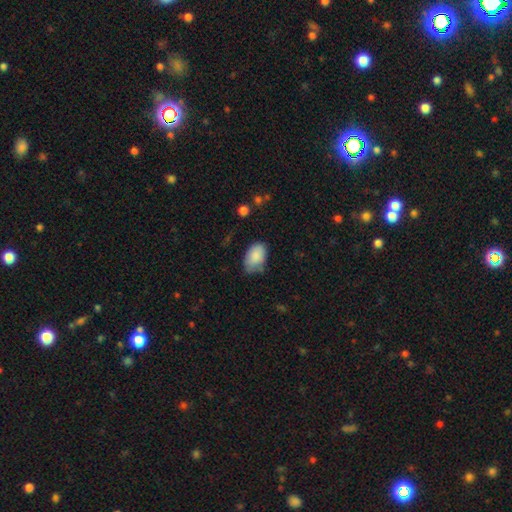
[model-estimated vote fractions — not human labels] smooth-or-featured: smooth: 86% | featured or disk: 7% | star or artifact: 7%
  how-rounded: in between: 91% | round: 8% | cigar-shaped: 1%
  merging: none: 59% | minor disturbance: 31% | major disturbance: 7% | merger: 2%